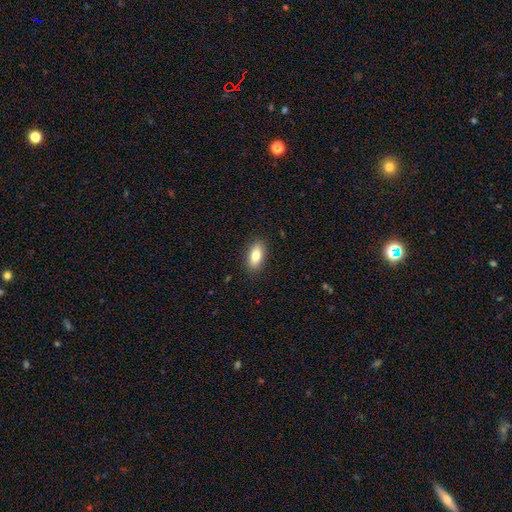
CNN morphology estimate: Smooth or featured? smooth (82%)
How rounded? in between (86%)
Merging? none (88%)